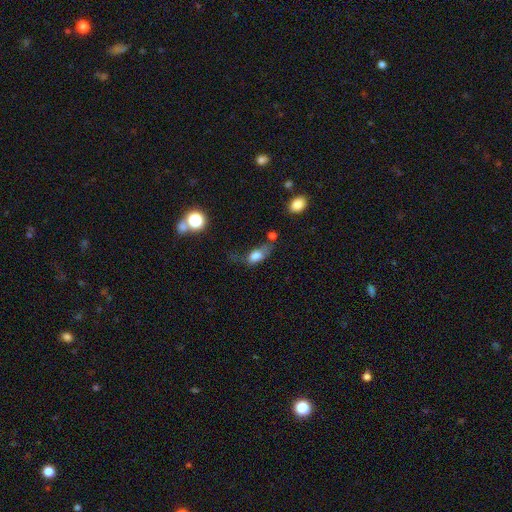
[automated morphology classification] The model was most divided on "merging": major disturbance: 33%, none: 29%, minor disturbance: 28%, merger: 11%. More confident: how rounded — in between (78%); smooth or featured — smooth (74%).